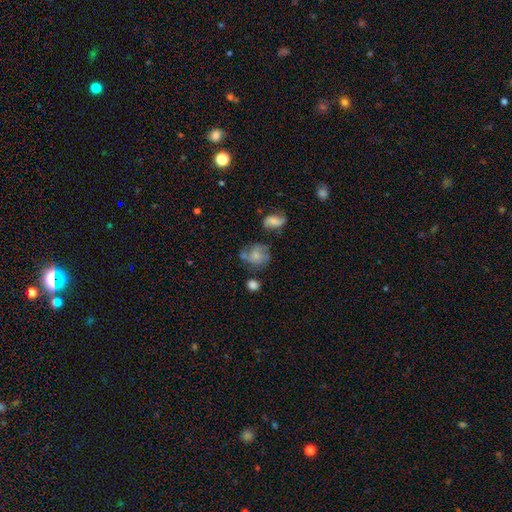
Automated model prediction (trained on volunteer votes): The model was most divided on "merging": none: 44%, minor disturbance: 27%, major disturbance: 20%, merger: 9%. More confident: how rounded — round (60%); smooth or featured — smooth (56%).